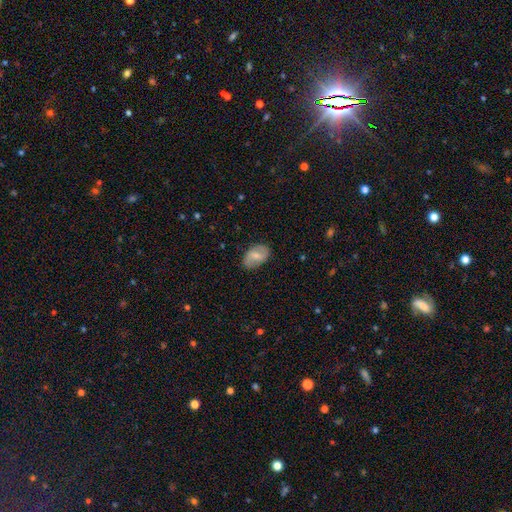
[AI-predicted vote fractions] Smooth or featured: smooth — 54% (featured or disk — 39%)
How rounded: in between — 89% (round — 10%)
Merging: none — 79% (minor disturbance — 16%)